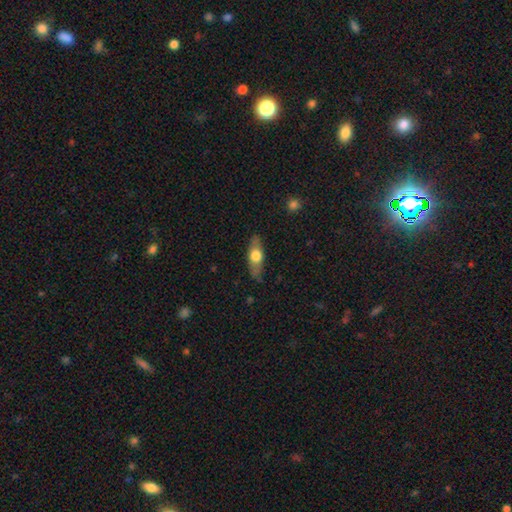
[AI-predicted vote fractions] smooth-or-featured: smooth: 53% | featured or disk: 41% | star or artifact: 6%
  how-rounded: in between: 58% | cigar-shaped: 38% | round: 5%
  merging: none: 80% | minor disturbance: 15% | major disturbance: 3% | merger: 1%